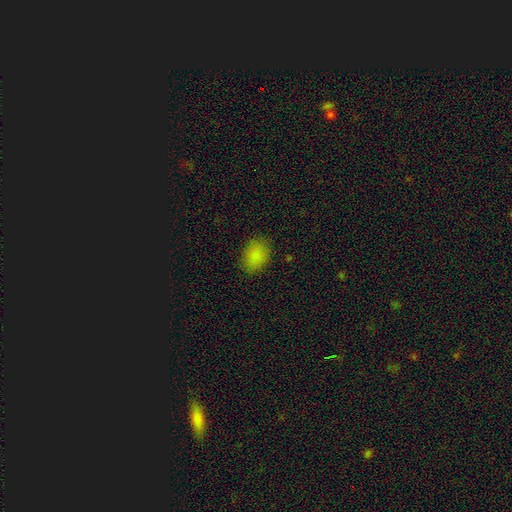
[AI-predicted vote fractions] A smooth galaxy with no disk features (84%) that is in between round and cigar-shaped (63%). Merging: none (83%).